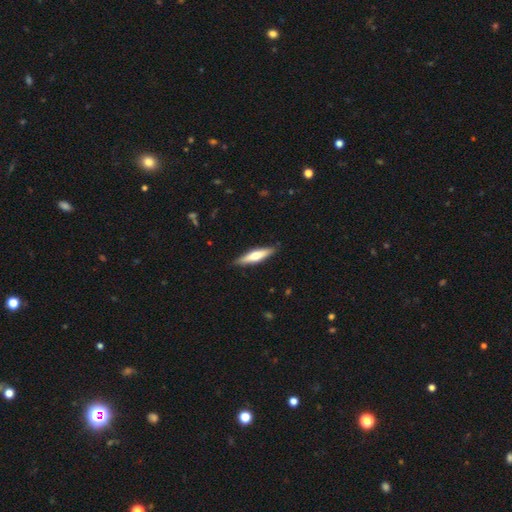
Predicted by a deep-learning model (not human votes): A smooth galaxy with no disk features (51%) that is cigar-shaped (77%). Merging: none (88%).